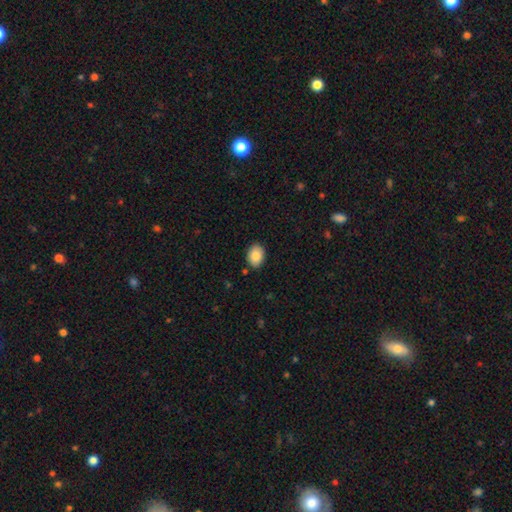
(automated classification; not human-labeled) A smooth galaxy with no disk features (87%) that is in between round and cigar-shaped (76%).

Vote fractions:
- Smooth or featured? smooth: 87% / star or artifact: 7% / featured or disk: 6%
- How rounded? in between: 76% / round: 23% / cigar-shaped: 1%
- Merging? none: 87% / minor disturbance: 9% / major disturbance: 2% / merger: 1%